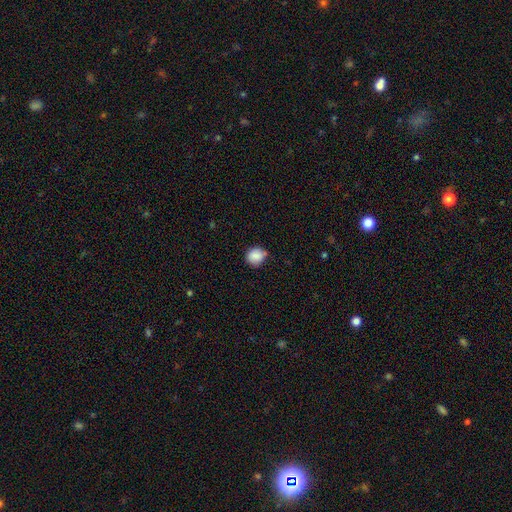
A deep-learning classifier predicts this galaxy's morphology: A smooth galaxy with no disk features (87%) that is round (79%).

Vote fractions:
- Smooth or featured? smooth: 87% / star or artifact: 9% / featured or disk: 5%
- How rounded? round: 79% / in between: 20% / cigar-shaped: 1%
- Merging? none: 70% / minor disturbance: 24% / major disturbance: 4% / merger: 3%